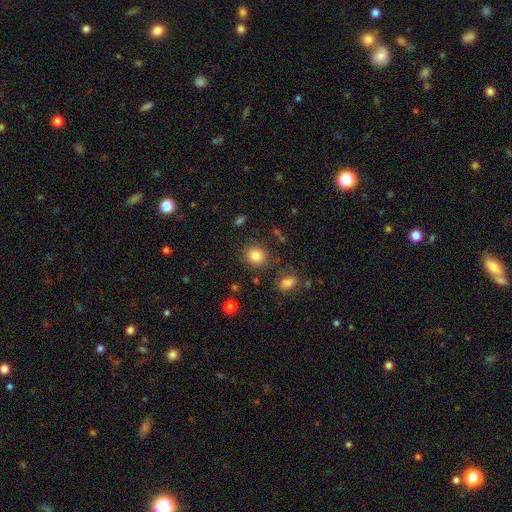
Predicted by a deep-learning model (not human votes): smooth-or-featured: smooth: 84% | star or artifact: 11% | featured or disk: 6%
  how-rounded: round: 78% | in between: 21% | cigar-shaped: 1%
  merging: none: 84% | minor disturbance: 9% | merger: 4% | major disturbance: 3%